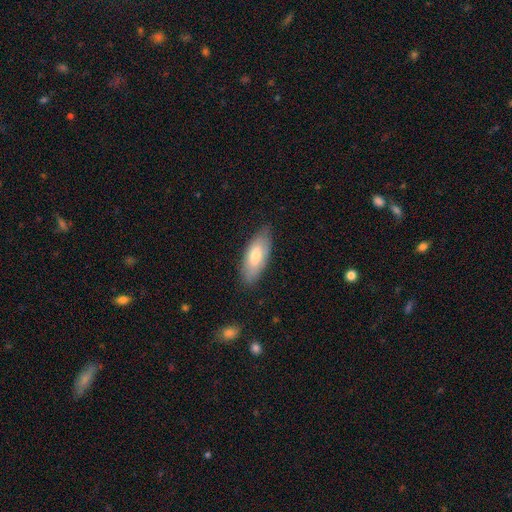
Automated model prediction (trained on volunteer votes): smooth-or-featured: smooth: 69% | featured or disk: 25% | star or artifact: 6%
  how-rounded: in between: 80% | cigar-shaped: 18% | round: 2%
  merging: none: 82% | minor disturbance: 14% | major disturbance: 3% | merger: 1%